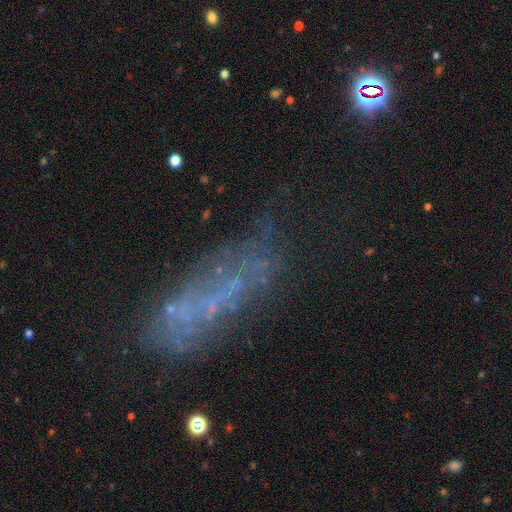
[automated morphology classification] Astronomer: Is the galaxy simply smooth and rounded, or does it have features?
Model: featured or disk — 49% (runner-up: smooth, 26%).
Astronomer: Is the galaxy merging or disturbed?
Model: none — 53%.